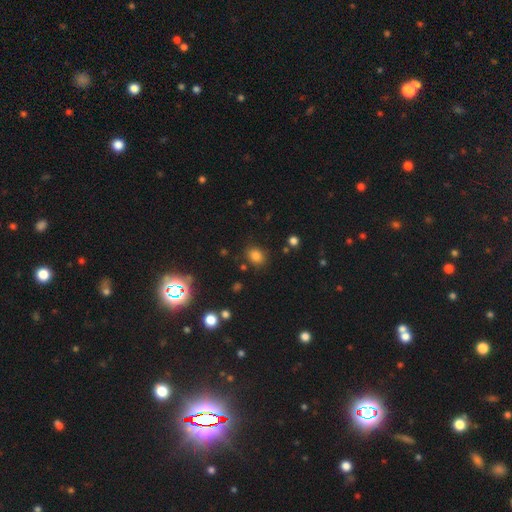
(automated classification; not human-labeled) Smooth or featured?
  - smooth: 80% *
  - star or artifact: 15%
  - featured or disk: 5%
How rounded?
  - round: 55% *
  - in between: 44%
  - cigar-shaped: 1%
Merging?
  - none: 82% *
  - minor disturbance: 11%
  - major disturbance: 4%
  - merger: 3%